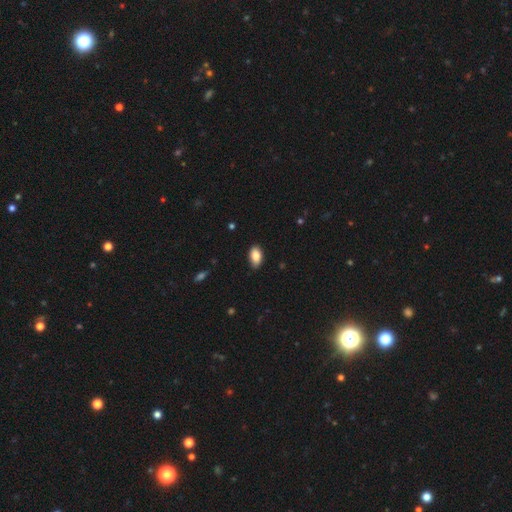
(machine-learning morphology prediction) smooth_or_featured: smooth (p=0.86) [alt: star or artifact p=0.07]
how_rounded: in between (p=0.93) [alt: round p=0.05]
merging: none (p=0.84) [alt: minor disturbance p=0.13]